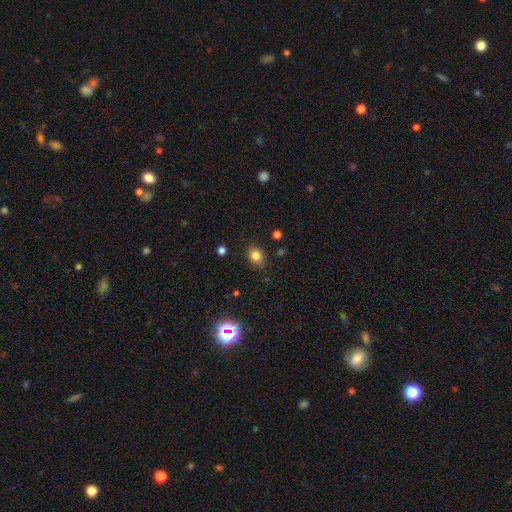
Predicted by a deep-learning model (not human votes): Morphology: type=smooth (81%); roundness=in between (57%); merging=none (83%).